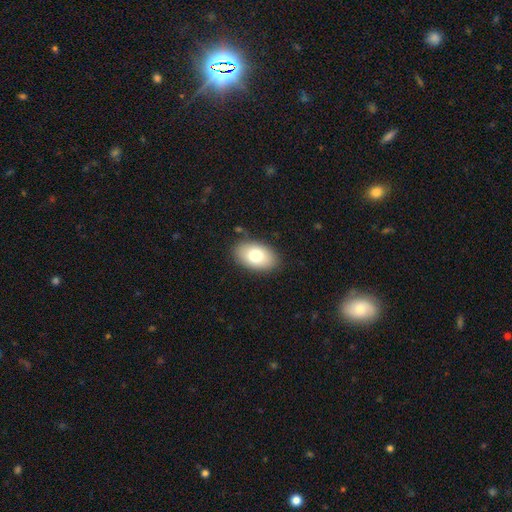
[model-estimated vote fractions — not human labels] Smooth or featured: smooth — 78% (featured or disk — 15%)
How rounded: in between — 92% (round — 7%)
Merging: none — 85% (minor disturbance — 11%)